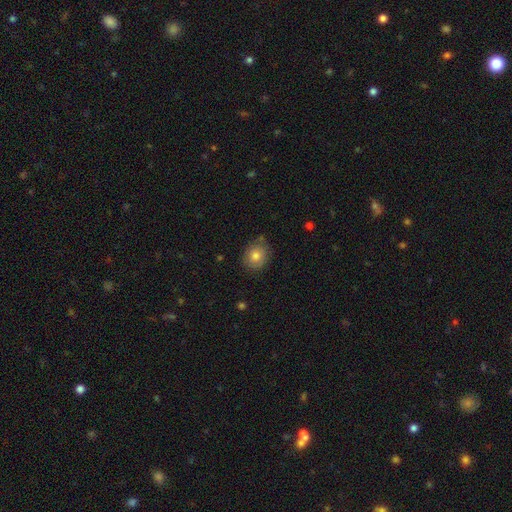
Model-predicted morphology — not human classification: smooth_or_featured: smooth (p=0.78) [alt: featured or disk p=0.13]
how_rounded: round (p=0.71) [alt: in between p=0.28]
merging: none (p=0.77) [alt: minor disturbance p=0.17]